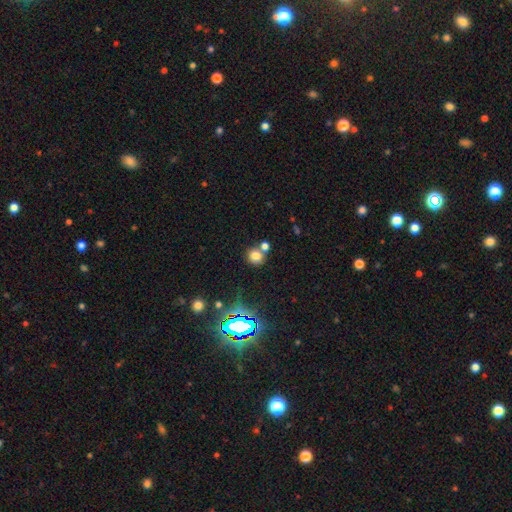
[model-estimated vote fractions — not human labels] smooth 73%, star or artifact 19%, featured or disk 8%. Down the decision tree: how rounded — round (87%); merging — none (59%).